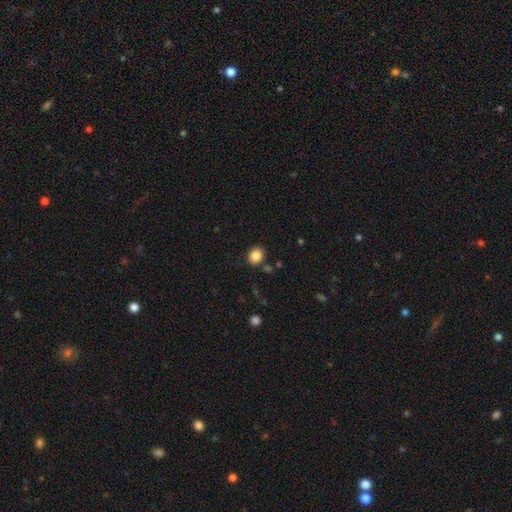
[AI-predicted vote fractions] Smooth or featured: smooth — 85% (star or artifact — 10%)
How rounded: round — 69% (in between — 31%)
Merging: none — 85% (minor disturbance — 9%)